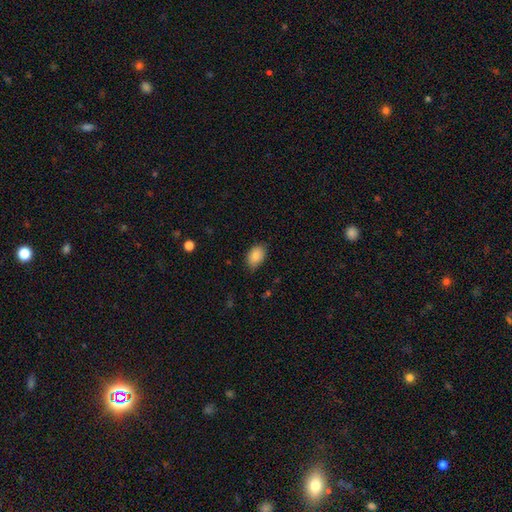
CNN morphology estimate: Smooth or featured? smooth (87%)
How rounded? in between (84%)
Merging? none (79%)